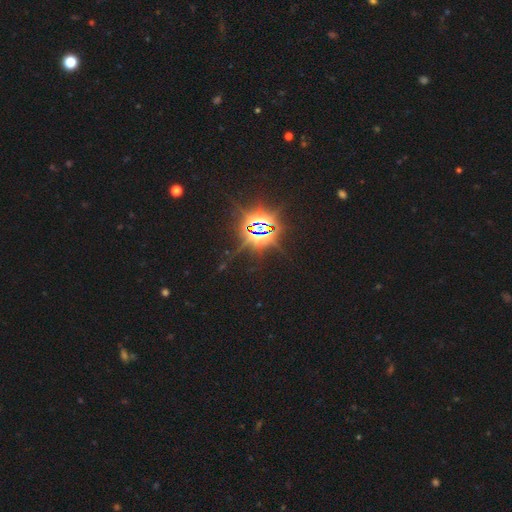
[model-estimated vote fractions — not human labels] Smooth or featured? star or artifact (87%)